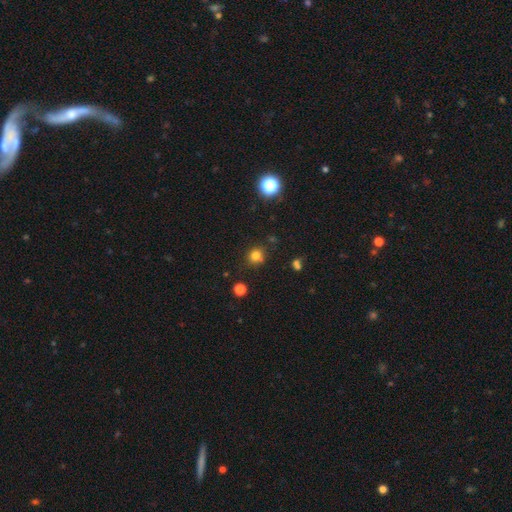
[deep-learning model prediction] Smooth or featured? Predicted: smooth (p=0.77). How rounded? Predicted: round (p=0.83). Merging? Predicted: none (p=0.77).